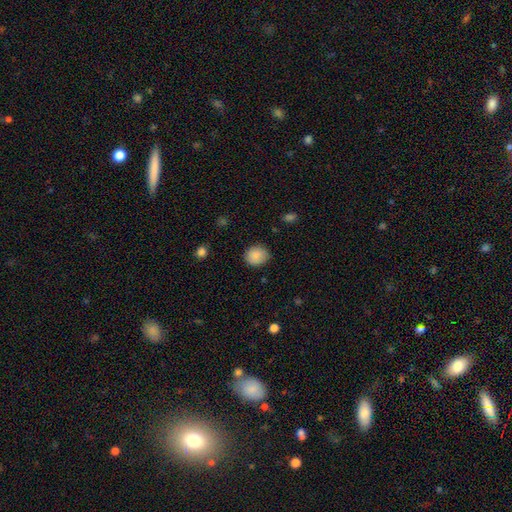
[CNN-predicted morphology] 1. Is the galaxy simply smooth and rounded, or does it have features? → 87% smooth, 8% star or artifact, 5% featured or disk.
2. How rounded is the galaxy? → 76% round, 23% in between, 1% cigar-shaped.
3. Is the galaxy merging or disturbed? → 83% none, 14% minor disturbance, 3% major disturbance, 1% merger.